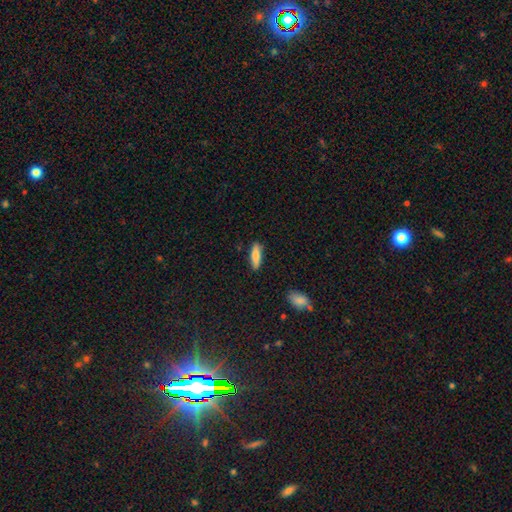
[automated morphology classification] smooth_or_featured: smooth (p=0.78) [alt: featured or disk p=0.16]
how_rounded: cigar-shaped (p=0.61) [alt: in between p=0.37]
merging: none (p=0.86) [alt: minor disturbance p=0.10]